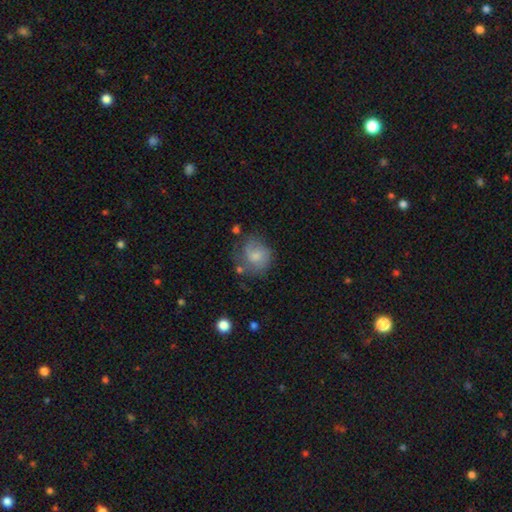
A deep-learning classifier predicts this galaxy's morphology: Smooth or featured?
  - smooth: 57% *
  - featured or disk: 34%
  - star or artifact: 8%
How rounded?
  - round: 74% *
  - in between: 25%
  - cigar-shaped: 1%
Merging?
  - none: 48% *
  - minor disturbance: 28%
  - major disturbance: 18%
  - merger: 6%